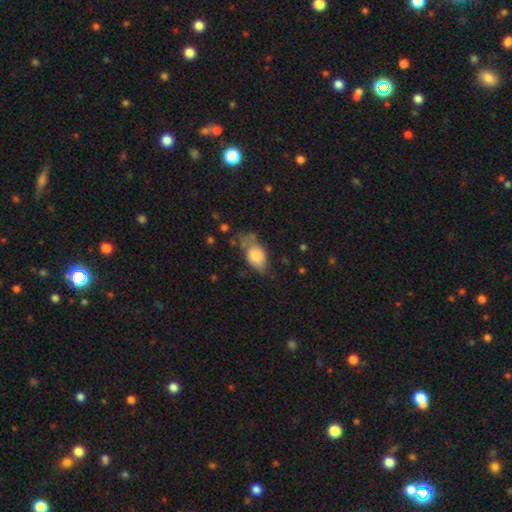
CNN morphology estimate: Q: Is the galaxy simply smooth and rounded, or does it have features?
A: smooth — 73%.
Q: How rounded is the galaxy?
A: in between — 87%.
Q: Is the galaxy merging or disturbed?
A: minor disturbance — 37%.